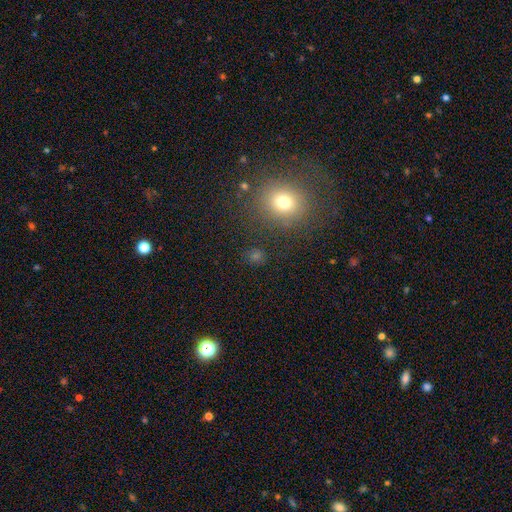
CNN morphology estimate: Q: Smooth or featured?
A: smooth (61%); runner-up: star or artifact (31%)
Q: How rounded?
A: round (82%); runner-up: in between (16%)
Q: Merging?
A: none (83%); runner-up: minor disturbance (8%)